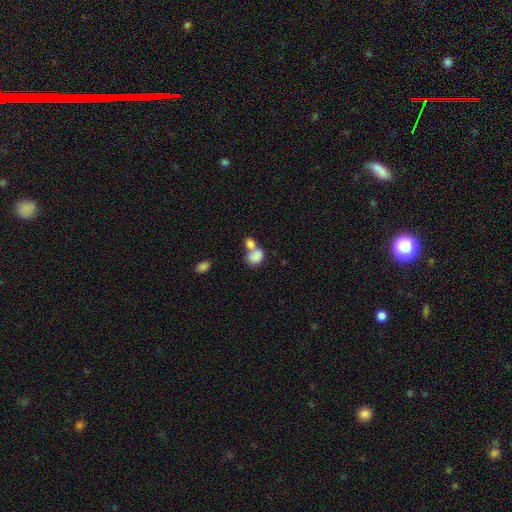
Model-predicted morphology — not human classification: Smooth or featured?
  - smooth: 81% *
  - featured or disk: 11%
  - star or artifact: 8%
How rounded?
  - in between: 70% *
  - round: 29%
  - cigar-shaped: 1%
Merging?
  - merger: 62% *
  - none: 23%
  - minor disturbance: 9%
  - major disturbance: 6%